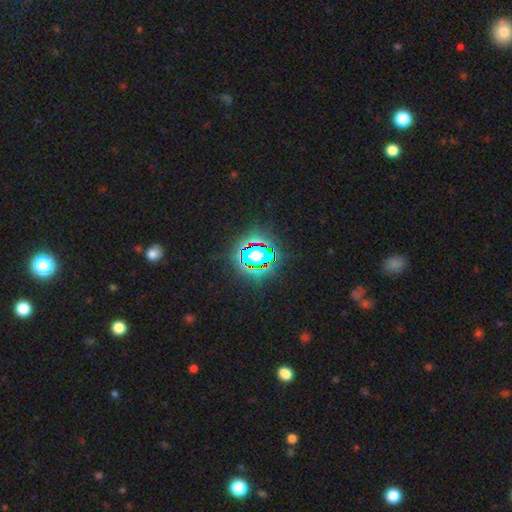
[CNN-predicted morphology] Overall: star or artifact (69%).